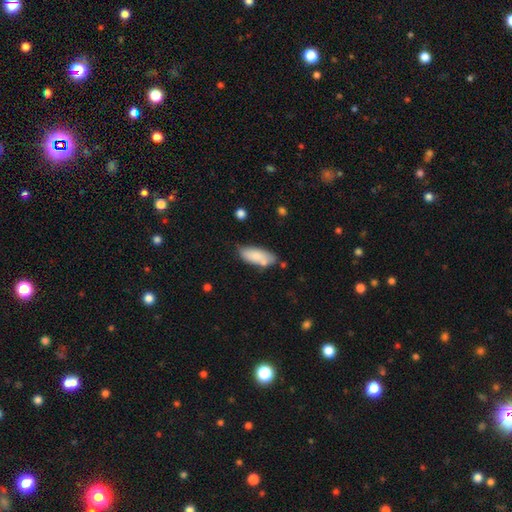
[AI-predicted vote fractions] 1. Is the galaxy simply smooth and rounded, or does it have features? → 81% smooth, 13% featured or disk, 6% star or artifact.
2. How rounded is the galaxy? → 80% in between, 18% cigar-shaped, 2% round.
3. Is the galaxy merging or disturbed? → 60% none, 24% minor disturbance, 11% merger, 5% major disturbance.